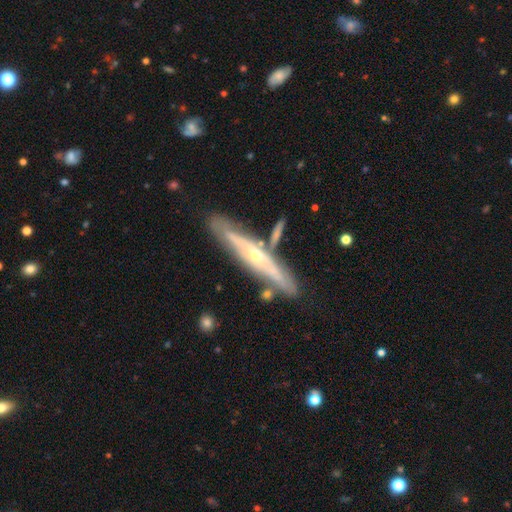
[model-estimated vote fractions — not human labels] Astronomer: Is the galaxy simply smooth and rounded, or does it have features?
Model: featured or disk — 75%.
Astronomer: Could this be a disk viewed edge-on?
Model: yes — 75%.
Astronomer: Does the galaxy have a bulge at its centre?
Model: rounded — 78%.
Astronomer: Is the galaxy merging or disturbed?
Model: none — 75%.